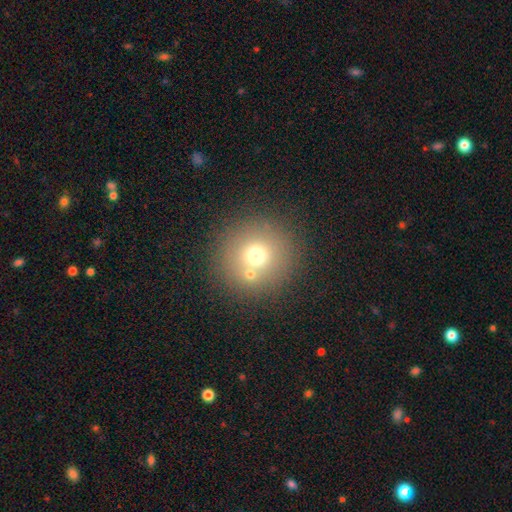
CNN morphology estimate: Smooth or featured? smooth (68%)
How rounded? round (95%)
Merging? none (78%)